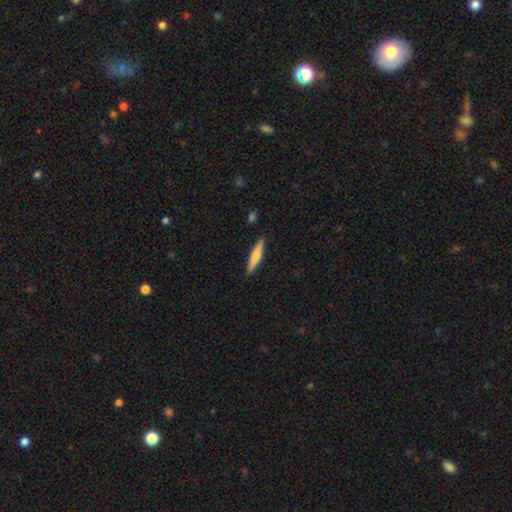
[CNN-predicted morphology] smooth-or-featured: smooth: 66% | featured or disk: 29% | star or artifact: 5%
  how-rounded: cigar-shaped: 88% | in between: 10% | round: 1%
  merging: none: 90% | minor disturbance: 7% | major disturbance: 2% | merger: 1%